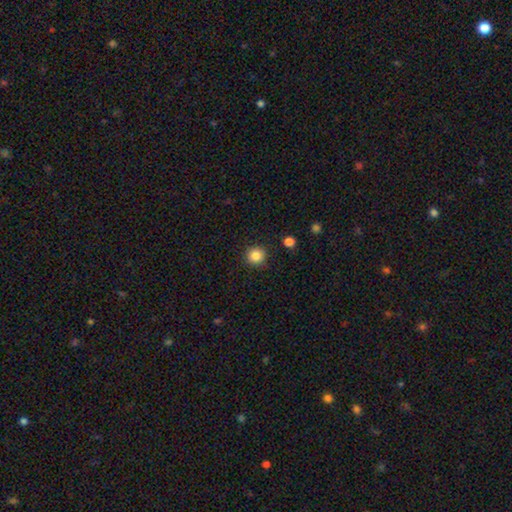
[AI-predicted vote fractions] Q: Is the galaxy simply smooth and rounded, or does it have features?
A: smooth — 86%.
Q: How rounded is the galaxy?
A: round — 94%.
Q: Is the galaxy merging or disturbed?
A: none — 91%.